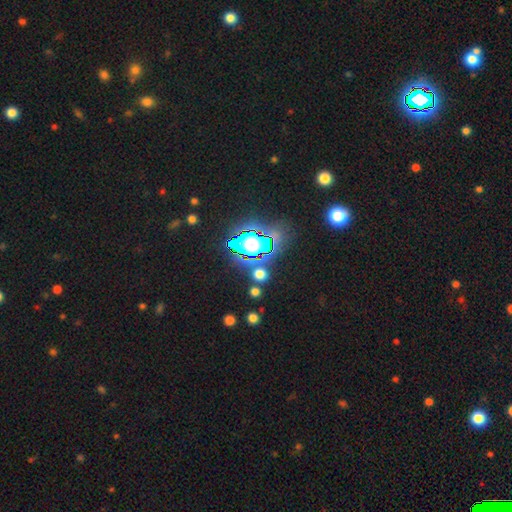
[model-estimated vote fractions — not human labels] The model was most divided on "smooth or featured": star or artifact: 69%, smooth: 20%, featured or disk: 11%.